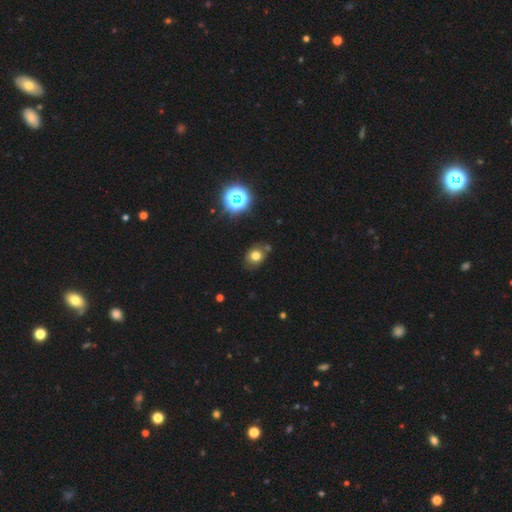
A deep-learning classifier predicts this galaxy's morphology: This appears to be a smooth galaxy with no disk features (72%) that is round (52%). Merging: none (73%).